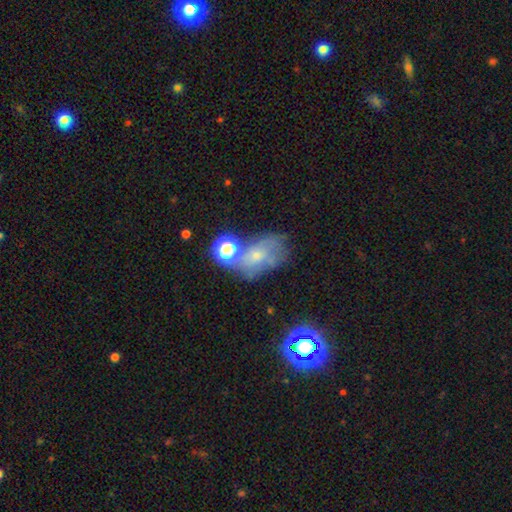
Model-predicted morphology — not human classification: Smooth or featured?
  - featured or disk: 43% *
  - smooth: 39%
  - star or artifact: 18%
Merging?
  - none: 34% *
  - minor disturbance: 23%
  - major disturbance: 22%
  - merger: 21%